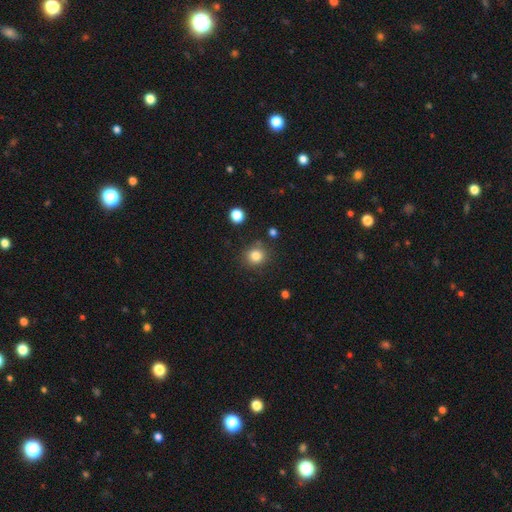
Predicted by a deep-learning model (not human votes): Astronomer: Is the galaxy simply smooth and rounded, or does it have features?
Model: smooth — 83%.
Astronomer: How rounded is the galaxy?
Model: round — 89%.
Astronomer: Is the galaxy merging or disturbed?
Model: none — 83%.